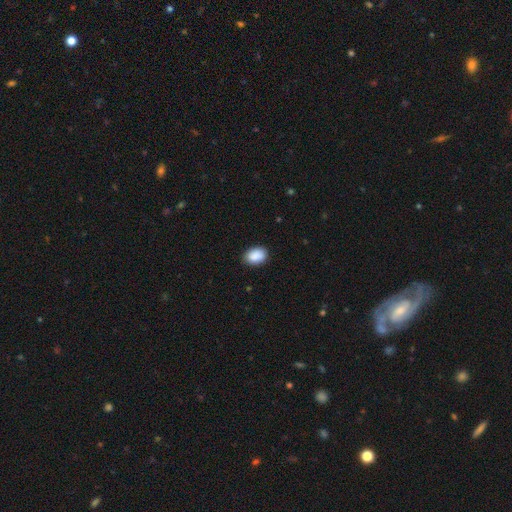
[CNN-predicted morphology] Smooth or featured: smooth — 90% (star or artifact — 7%)
How rounded: in between — 81% (round — 17%)
Merging: none — 86% (minor disturbance — 11%)